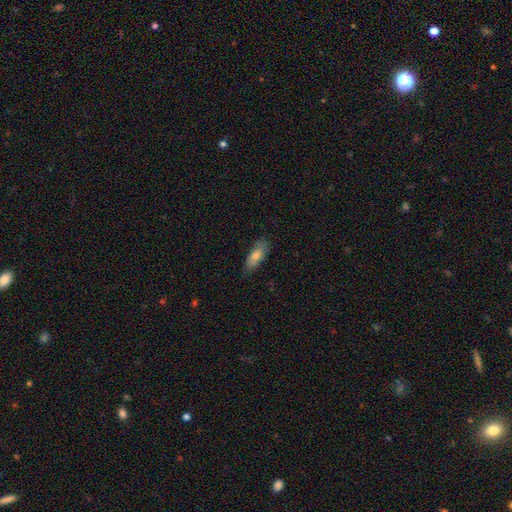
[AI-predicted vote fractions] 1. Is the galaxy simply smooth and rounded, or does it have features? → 70% smooth, 23% featured or disk, 7% star or artifact.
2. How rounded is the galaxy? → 67% in between, 30% cigar-shaped, 2% round.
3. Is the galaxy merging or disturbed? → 82% none, 14% minor disturbance, 3% major disturbance, 1% merger.